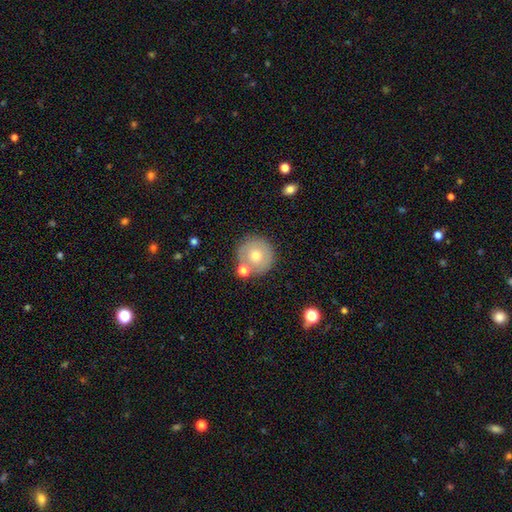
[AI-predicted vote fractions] This appears to be a smooth galaxy with no disk features (62%) that is round (94%). Merging: none (75%).